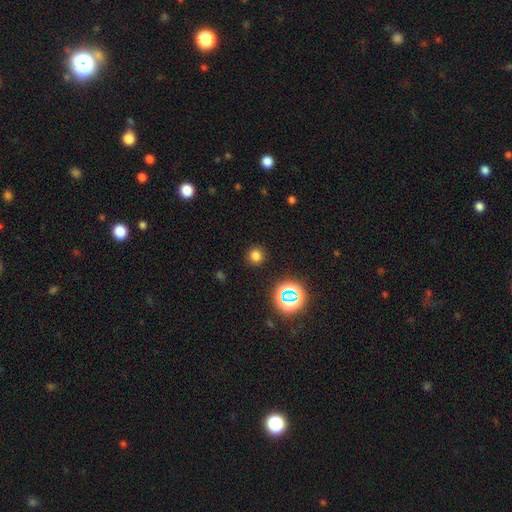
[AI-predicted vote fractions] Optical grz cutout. It shows a smooth galaxy with no disk features (73%) that is round (92%). Merging: none (90%).